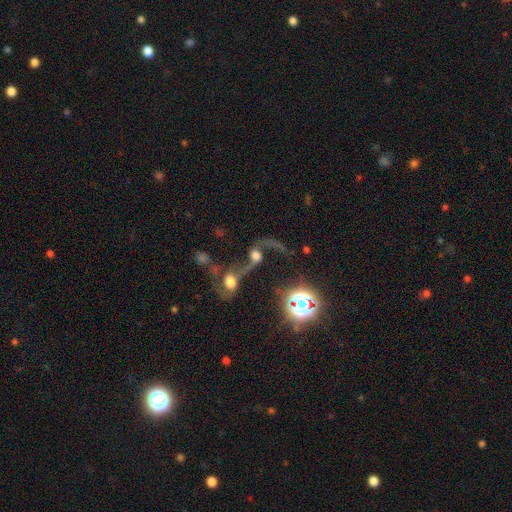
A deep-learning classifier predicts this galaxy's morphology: smooth-or-featured: featured or disk: 65% | smooth: 19% | star or artifact: 16%
  disk-edge-on: no: 94% | yes: 6%
    bar: no: 63% | weak: 27% | strong: 10%
    has-spiral-arms: yes: 80% | no: 20%
    bulge-size: moderate: 38% | large: 29% | small: 15% | none: 9% | dominant: 9%
  merging: merger: 62% | none: 17% | major disturbance: 14% | minor disturbance: 7%